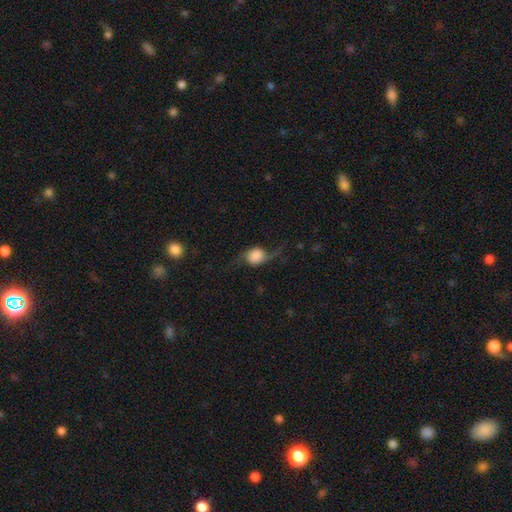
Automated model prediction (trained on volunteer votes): Smooth or featured?
  - featured or disk: 57% *
  - smooth: 33%
  - star or artifact: 10%
Edge-on disk?
  - no: 88% *
  - yes: 12%
Bar?
  - no: 74% *
  - weak: 19%
  - strong: 7%
Spiral arms?
  - yes: 91% *
  - no: 9%
Bulge size?
  - dominant: 52% *
  - large: 23%
  - none: 14%
  - small: 6%
  - moderate: 5%
Merging?
  - none: 57% *
  - minor disturbance: 20%
  - major disturbance: 20%
  - merger: 3%